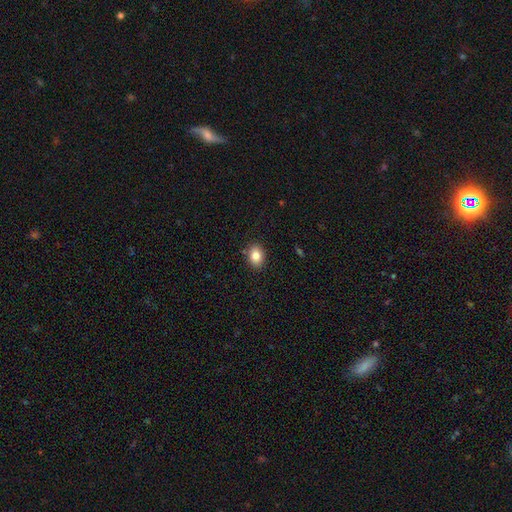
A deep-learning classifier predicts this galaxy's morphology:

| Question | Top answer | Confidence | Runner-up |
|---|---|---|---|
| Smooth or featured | smooth | 84% | star or artifact (9%) |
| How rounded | in between | 65% | round (34%) |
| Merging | none | 87% | minor disturbance (9%) |